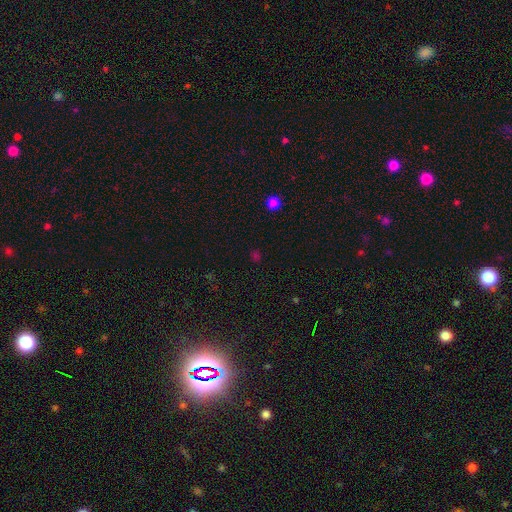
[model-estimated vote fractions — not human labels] Q: Smooth or featured?
A: smooth (47%); tied with: star or artifact (47%)
Q: Merging?
A: none (83%); runner-up: minor disturbance (10%)